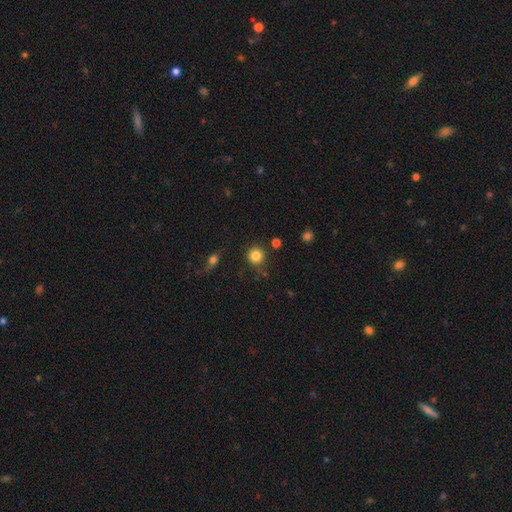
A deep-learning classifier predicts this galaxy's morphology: Overall: smooth (84%). How rounded: round (93%). Merging: none (82%).